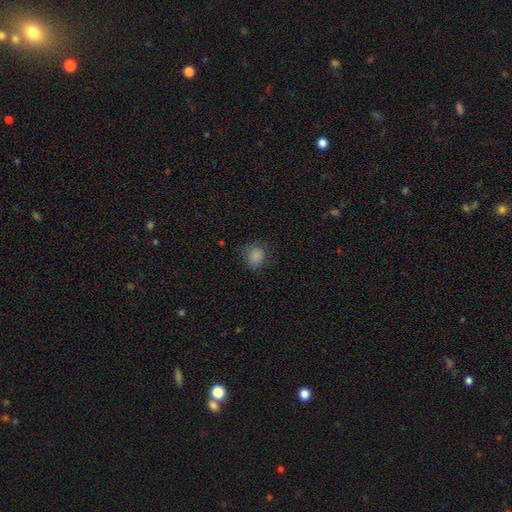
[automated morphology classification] Smooth or featured?
  - smooth: 84% *
  - star or artifact: 11%
  - featured or disk: 5%
How rounded?
  - round: 81% *
  - in between: 18%
  - cigar-shaped: 1%
Merging?
  - none: 75% *
  - minor disturbance: 18%
  - major disturbance: 6%
  - merger: 1%